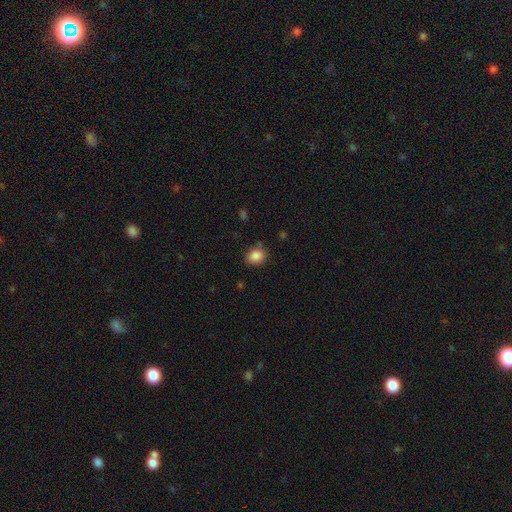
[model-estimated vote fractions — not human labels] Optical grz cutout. It shows a smooth galaxy with no disk features (86%) that is in between round and cigar-shaped (52%). Merging: none (77%).